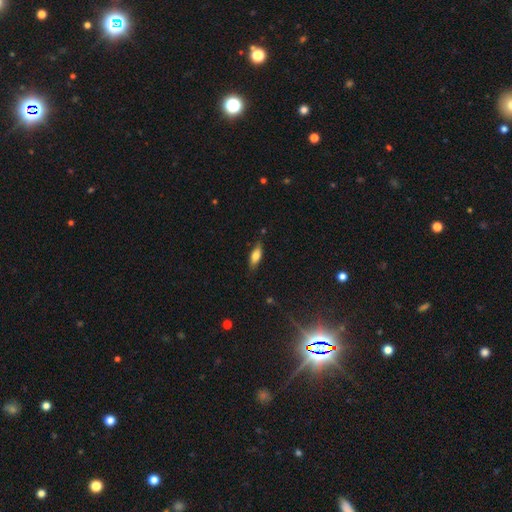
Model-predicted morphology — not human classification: Smooth or featured: smooth — 73% (featured or disk — 20%)
How rounded: in between — 70% (cigar-shaped — 27%)
Merging: none — 79% (minor disturbance — 16%)